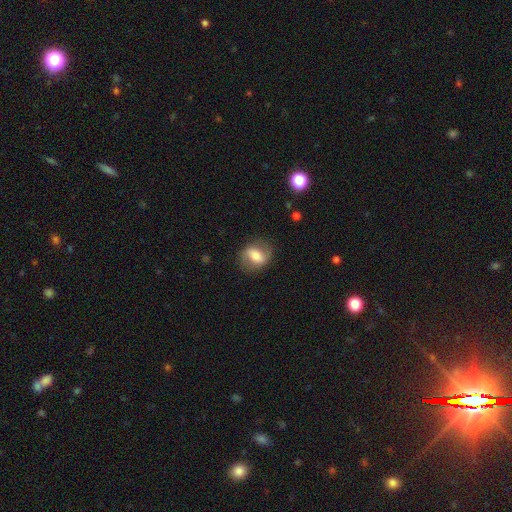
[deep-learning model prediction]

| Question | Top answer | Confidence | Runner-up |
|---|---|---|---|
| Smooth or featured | smooth | 48% | featured or disk (44%) |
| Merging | none | 78% | minor disturbance (15%) |